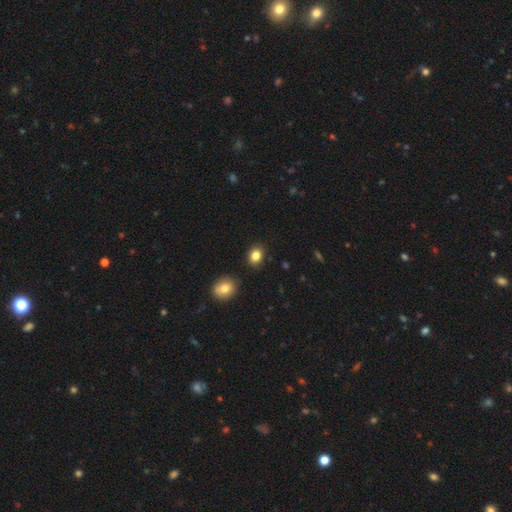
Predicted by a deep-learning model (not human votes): The model was most divided on "how rounded": round: 50%, in between: 49%, cigar-shaped: 1%. More confident: merging — none (88%); smooth or featured — smooth (84%).